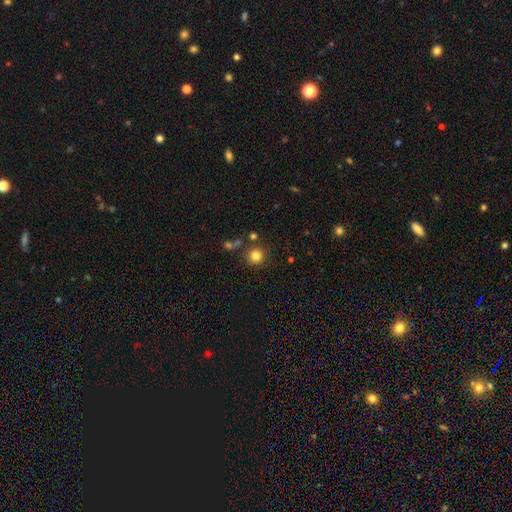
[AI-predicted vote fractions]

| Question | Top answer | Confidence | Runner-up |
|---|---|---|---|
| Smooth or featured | smooth | 83% | star or artifact (12%) |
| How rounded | round | 93% | in between (6%) |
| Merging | none | 82% | minor disturbance (8%) |